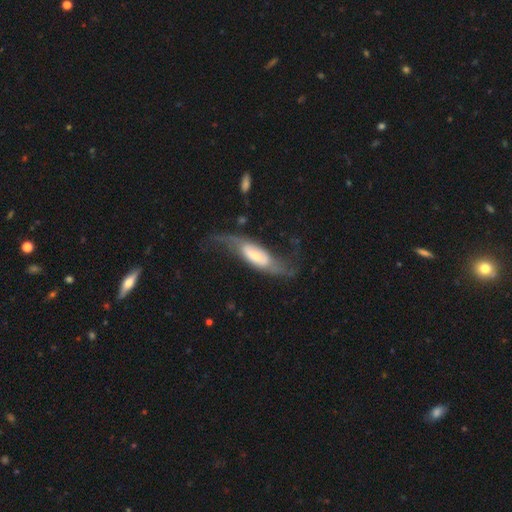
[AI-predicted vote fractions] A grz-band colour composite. It shows a featured or disk galaxy (68%) with a weak bar (37%), spiral arms (81%) and a small central bulge (37%). Merging: none (46%).